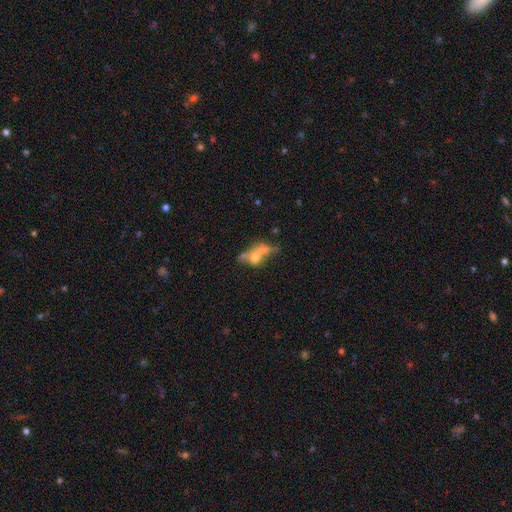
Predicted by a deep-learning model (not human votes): smooth_or_featured: smooth (p=0.44) [alt: featured or disk p=0.42]
merging: merger (p=0.33) [alt: none p=0.27]